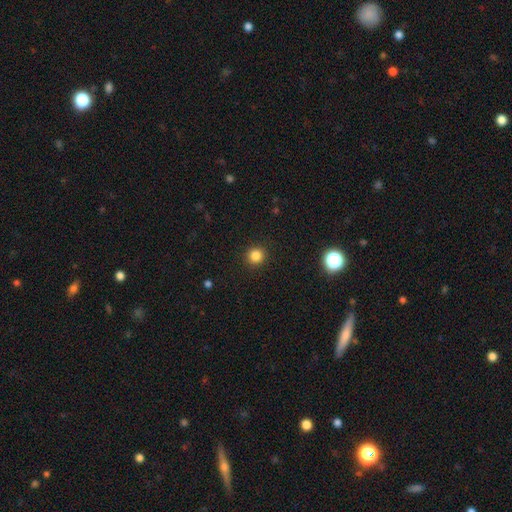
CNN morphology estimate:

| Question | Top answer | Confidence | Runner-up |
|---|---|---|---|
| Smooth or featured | smooth | 84% | star or artifact (12%) |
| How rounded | round | 93% | in between (6%) |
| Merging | none | 92% | minor disturbance (5%) |